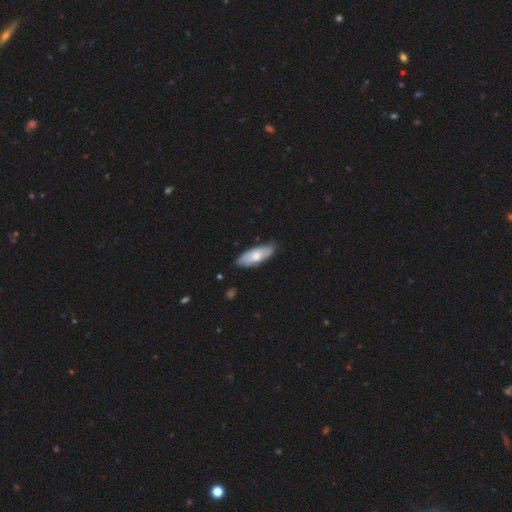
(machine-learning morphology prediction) Overall: smooth (63%; featured or disk 31%). How rounded: in between (72%). Merging: none (79%).